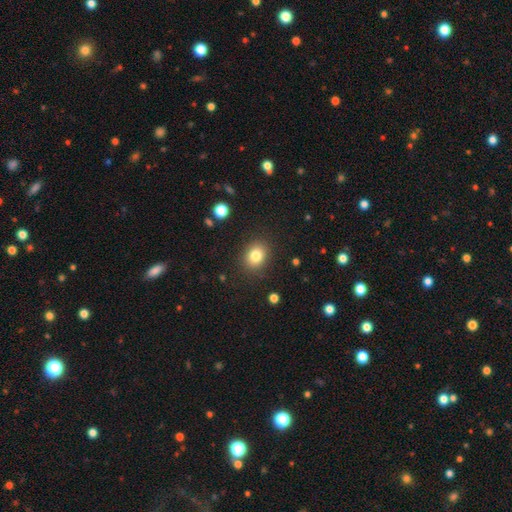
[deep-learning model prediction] Smooth or featured: smooth — 82% (star or artifact — 11%)
How rounded: round — 58% (in between — 41%)
Merging: none — 87% (minor disturbance — 9%)